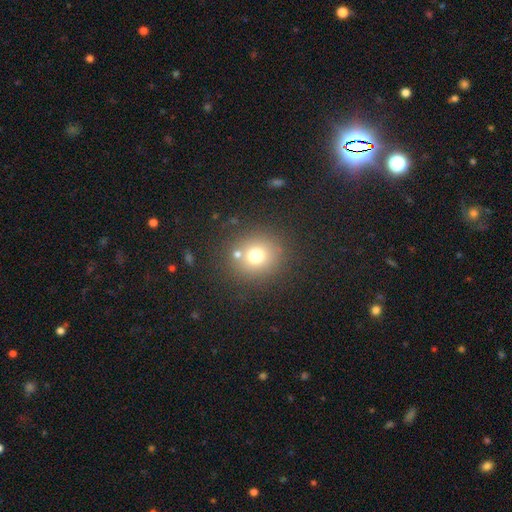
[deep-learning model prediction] The model was most divided on "smooth or featured": smooth: 71%, star or artifact: 17%, featured or disk: 12%. More confident: how rounded — round (87%); merging — none (77%).